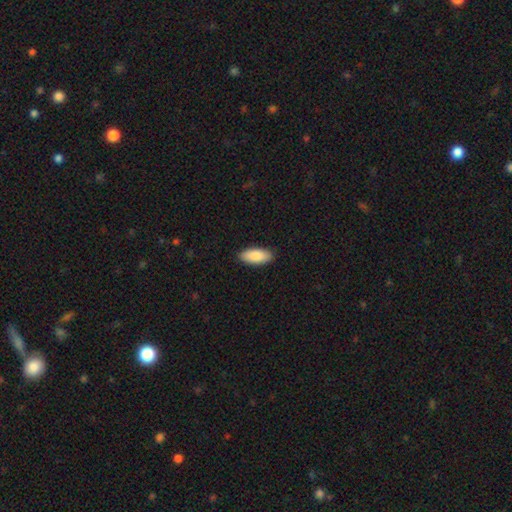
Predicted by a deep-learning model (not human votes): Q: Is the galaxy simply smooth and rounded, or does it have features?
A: smooth — 89%.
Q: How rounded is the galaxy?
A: in between — 88%.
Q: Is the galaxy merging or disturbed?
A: none — 90%.